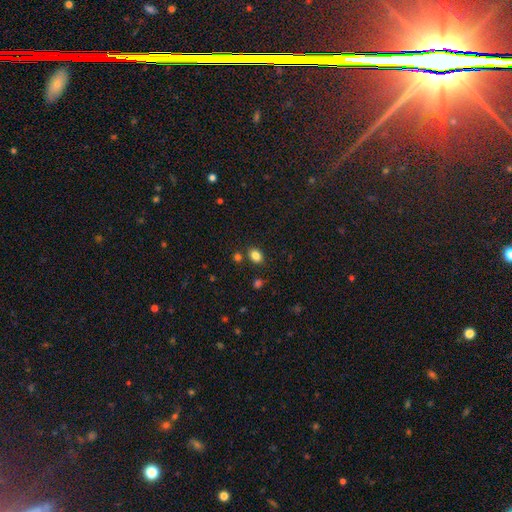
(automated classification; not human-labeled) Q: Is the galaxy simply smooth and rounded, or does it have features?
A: smooth — 84%.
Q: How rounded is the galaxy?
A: in between — 67%.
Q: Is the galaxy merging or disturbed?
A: none — 80%.